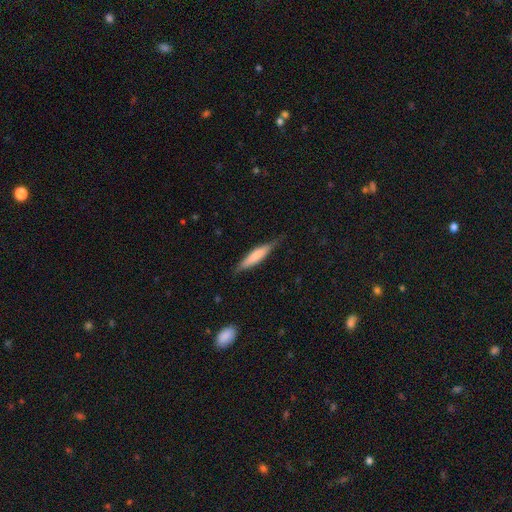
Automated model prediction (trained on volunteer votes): Overall: smooth (66%; featured or disk 28%). How rounded: cigar-shaped (83%). Merging: none (79%).